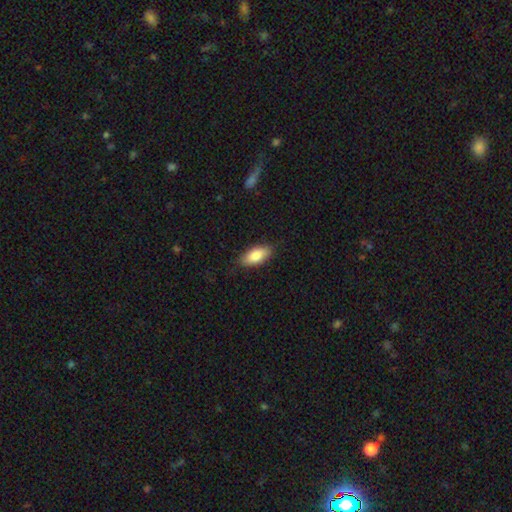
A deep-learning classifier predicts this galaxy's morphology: Smooth or featured? Predicted: smooth (p=0.83). How rounded? Predicted: in between (p=0.87). Merging? Predicted: none (p=0.84).